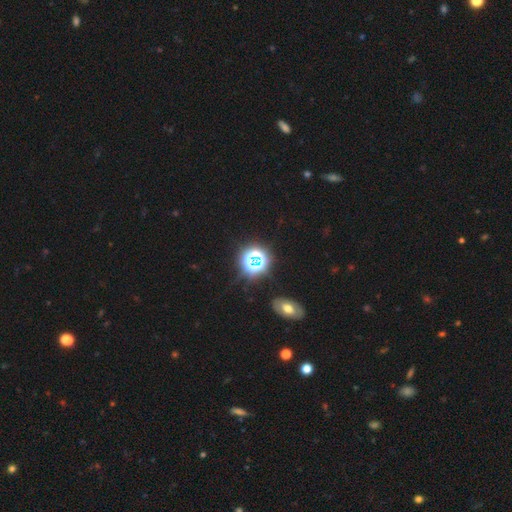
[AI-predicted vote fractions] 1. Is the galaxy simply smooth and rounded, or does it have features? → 67% star or artifact, 23% smooth, 10% featured or disk.